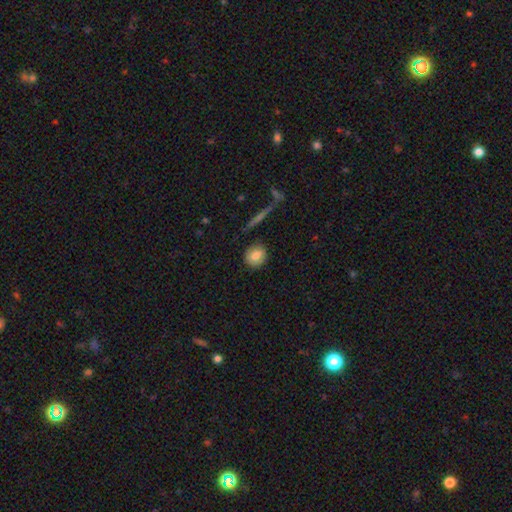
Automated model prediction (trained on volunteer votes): smooth 79%, featured or disk 13%, star or artifact 8%. Down the decision tree: how rounded — round (80%); merging — none (84%).